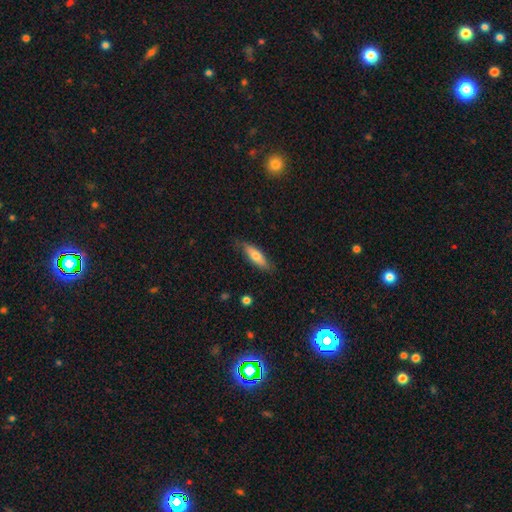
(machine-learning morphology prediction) A smooth galaxy with no disk features (66%) that is cigar-shaped (50%). Merging: none (79%).